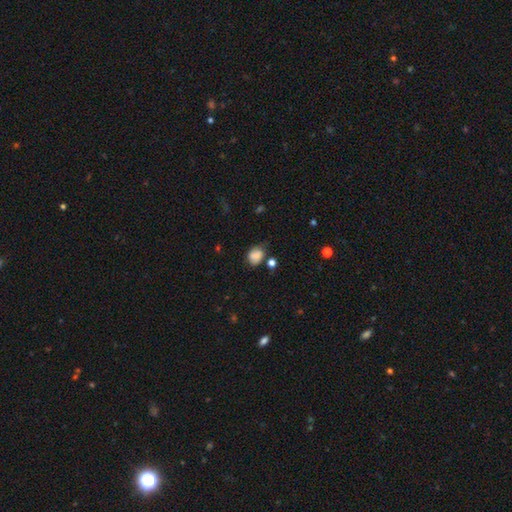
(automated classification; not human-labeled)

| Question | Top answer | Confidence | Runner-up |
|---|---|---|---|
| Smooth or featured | smooth | 81% | star or artifact (10%) |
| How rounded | in between | 52% | round (47%) |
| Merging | none | 53% | minor disturbance (30%) |